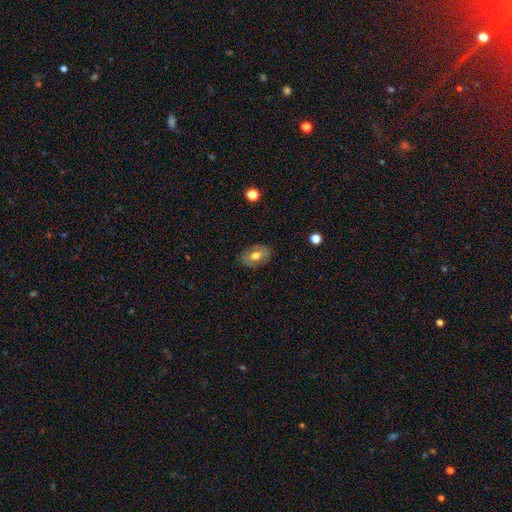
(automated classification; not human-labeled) Q: Smooth or featured?
A: smooth (60%); runner-up: featured or disk (33%)
Q: How rounded?
A: in between (84%); runner-up: round (15%)
Q: Merging?
A: none (84%); runner-up: minor disturbance (12%)